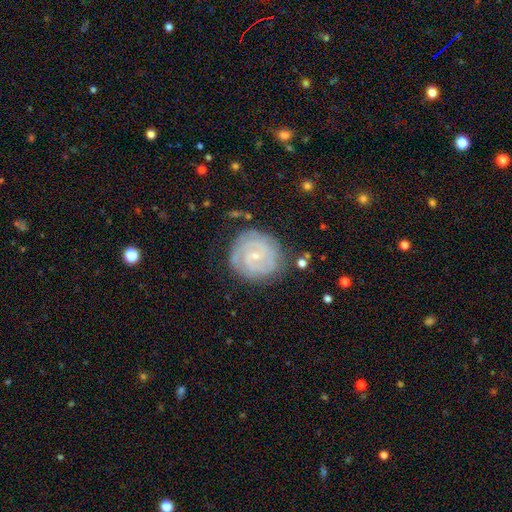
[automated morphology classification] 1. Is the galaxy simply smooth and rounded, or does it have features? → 85% featured or disk, 10% smooth, 5% star or artifact.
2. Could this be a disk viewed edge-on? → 98% no, 2% yes.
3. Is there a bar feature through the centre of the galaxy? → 51% no, 40% weak, 9% strong.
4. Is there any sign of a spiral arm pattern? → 97% yes, 3% no.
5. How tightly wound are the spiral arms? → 77% tight, 20% medium, 3% loose.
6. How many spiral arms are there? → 53% 2, 17% can't tell, 17% 3, 5% 4, 4% 1, 4% more than 4.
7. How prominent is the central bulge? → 79% small, 17% moderate, 3% none, 1% large, 1% dominant.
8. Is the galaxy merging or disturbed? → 80% none, 14% minor disturbance, 4% major disturbance, 2% merger.